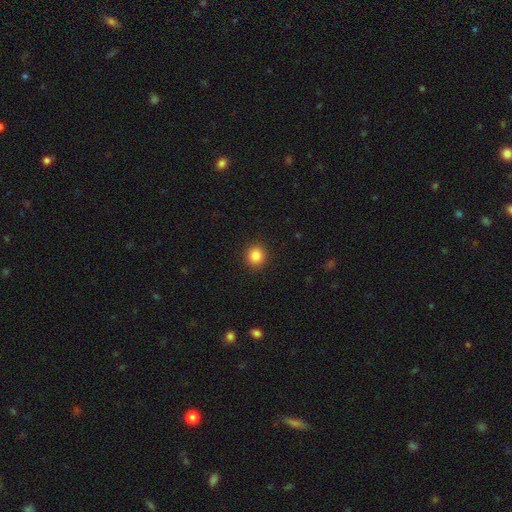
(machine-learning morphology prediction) Smooth or featured: smooth — 86% (star or artifact — 10%)
How rounded: round — 89% (in between — 10%)
Merging: none — 92% (minor disturbance — 5%)